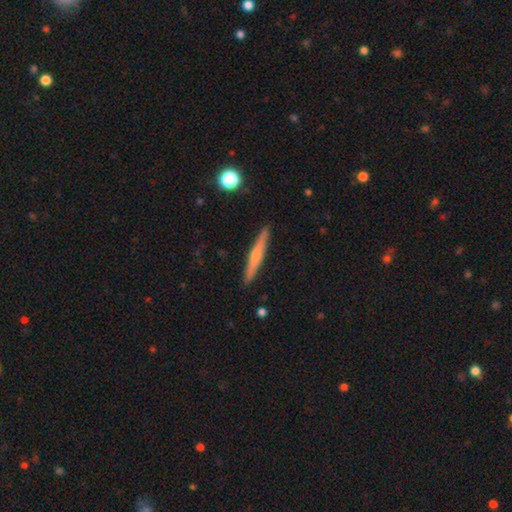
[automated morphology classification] Smooth or featured? Predicted: featured or disk (p=0.51). Edge-on disk? Predicted: yes (p=0.97). Merging? Predicted: none (p=0.91).